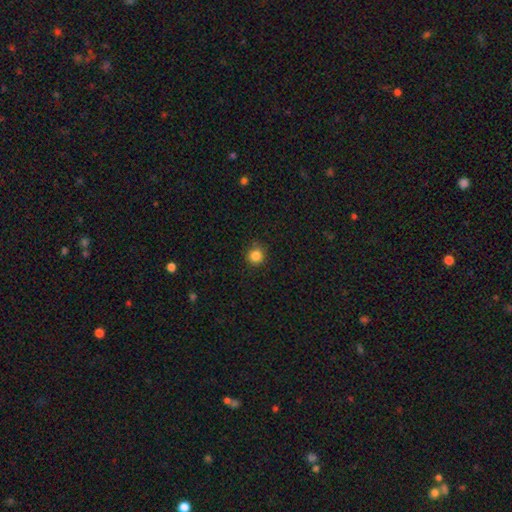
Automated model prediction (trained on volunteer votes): smooth_or_featured: smooth (p=0.84) [alt: star or artifact p=0.12]
how_rounded: round (p=0.93) [alt: in between p=0.06]
merging: none (p=0.87) [alt: minor disturbance p=0.10]